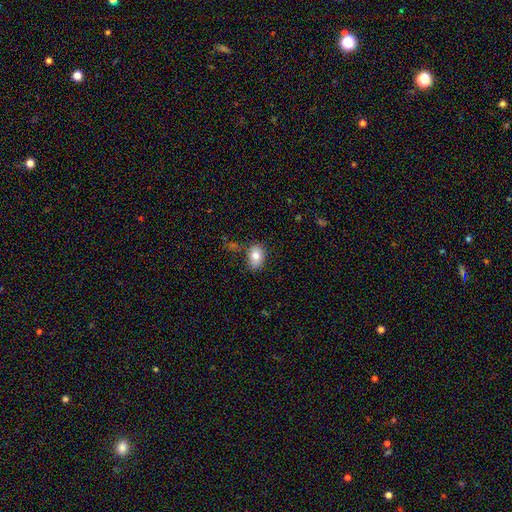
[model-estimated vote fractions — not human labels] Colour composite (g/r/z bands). It shows a smooth galaxy with no disk features (80%) that is in between round and cigar-shaped (79%). Merging: none (69%).